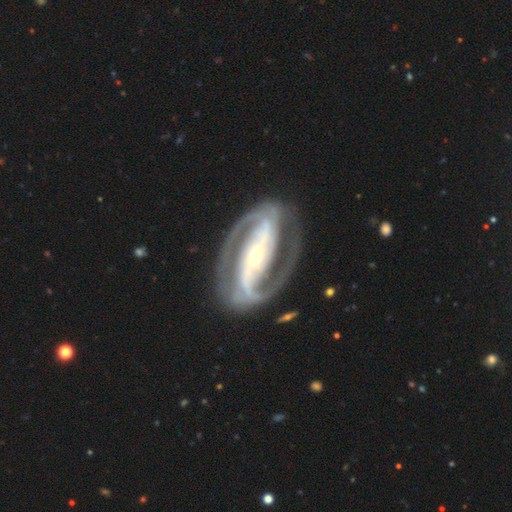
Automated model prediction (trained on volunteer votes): This appears to be a featured or disk galaxy (92%) with a strong bar (63%), 2 (90%) medium (47%) spiral arms (97%) and a small central bulge (65%). Merging: none (79%).